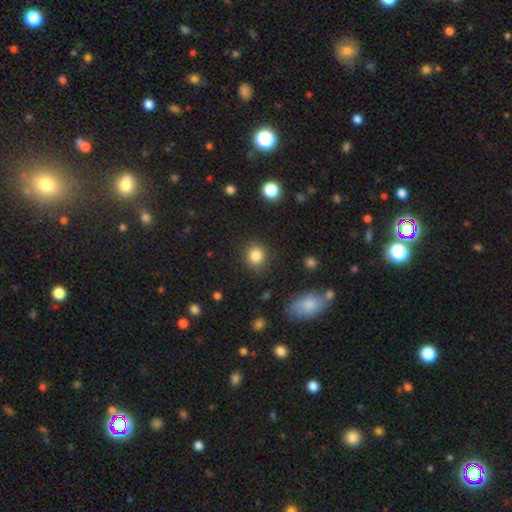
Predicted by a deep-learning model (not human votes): smooth-or-featured: smooth: 85% | star or artifact: 10% | featured or disk: 5%
  how-rounded: round: 88% | in between: 11% | cigar-shaped: 1%
  merging: none: 89% | minor disturbance: 7% | major disturbance: 3% | merger: 1%